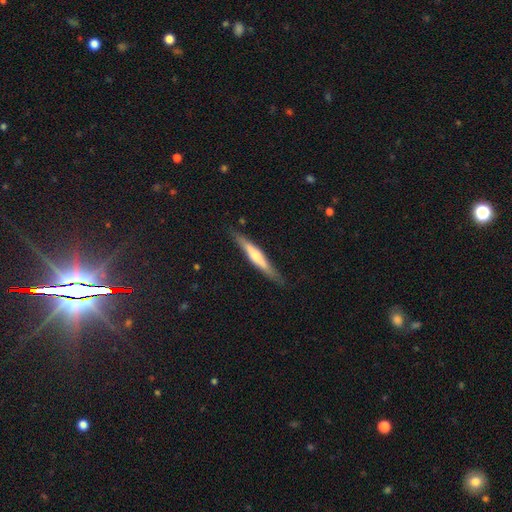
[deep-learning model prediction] The model was most divided on "smooth or featured": featured or disk: 50%, smooth: 45%, star or artifact: 5%. More confident: merging — none (84%).